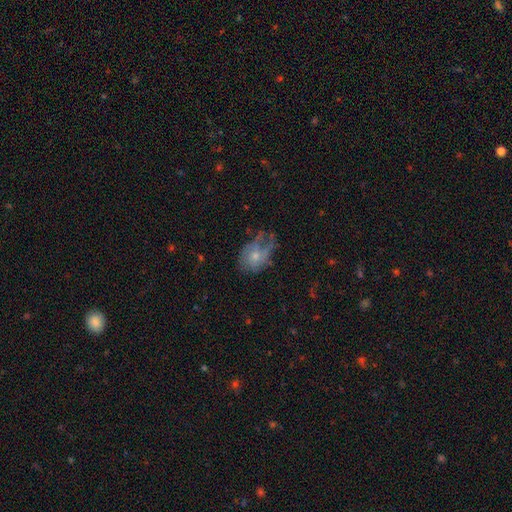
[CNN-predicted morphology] smooth 51%, featured or disk 39%, star or artifact 10%. Down the decision tree: how rounded — in between (65%); merging — major disturbance (37%).